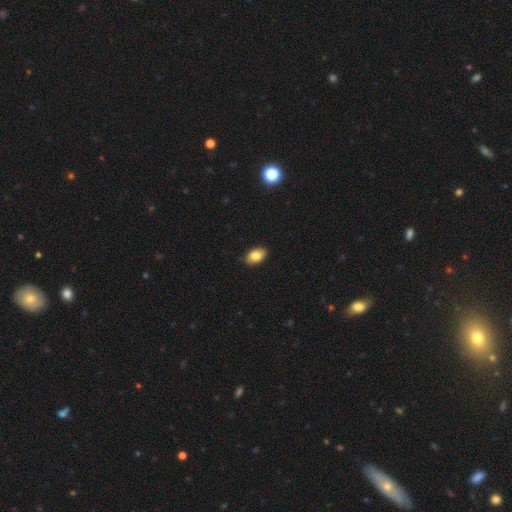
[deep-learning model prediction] smooth-or-featured: smooth: 83% | featured or disk: 10% | star or artifact: 8%
  how-rounded: in between: 90% | round: 8% | cigar-shaped: 1%
  merging: none: 88% | minor disturbance: 9% | major disturbance: 2% | merger: 1%